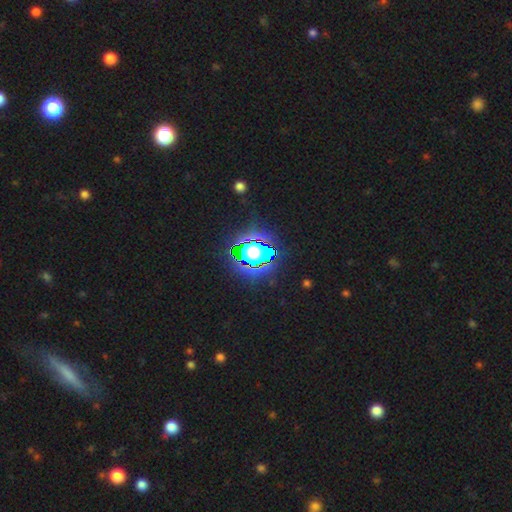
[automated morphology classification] smooth-or-featured: star or artifact: 82% | smooth: 11% | featured or disk: 7%